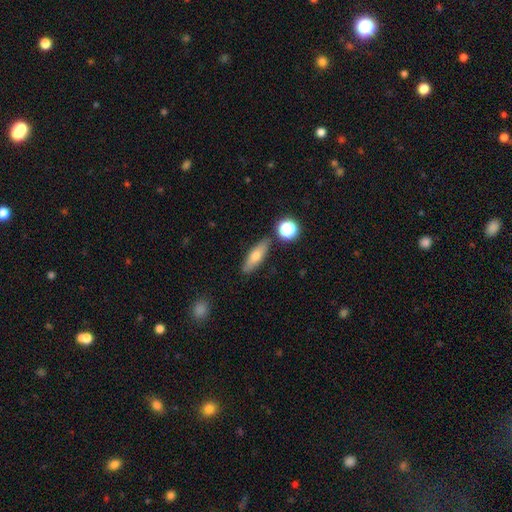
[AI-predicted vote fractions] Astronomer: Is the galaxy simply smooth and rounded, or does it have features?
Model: smooth — 67%.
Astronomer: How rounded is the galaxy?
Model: cigar-shaped — 48% (runner-up: in between, 47%).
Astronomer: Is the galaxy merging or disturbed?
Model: none — 83%.